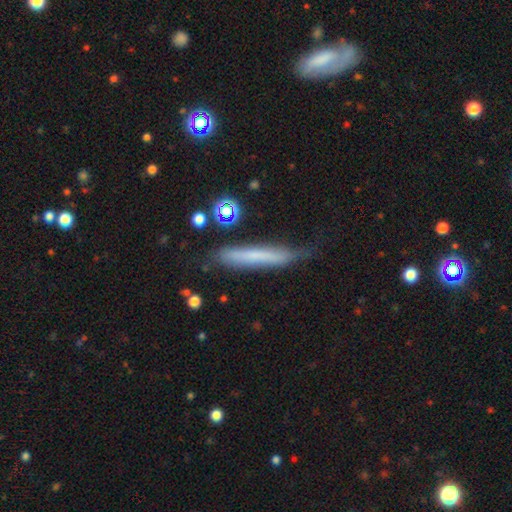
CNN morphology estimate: smooth-or-featured: smooth: 56% | featured or disk: 36% | star or artifact: 8%
  how-rounded: cigar-shaped: 93% | in between: 5% | round: 2%
  merging: none: 63% | minor disturbance: 26% | major disturbance: 8% | merger: 3%